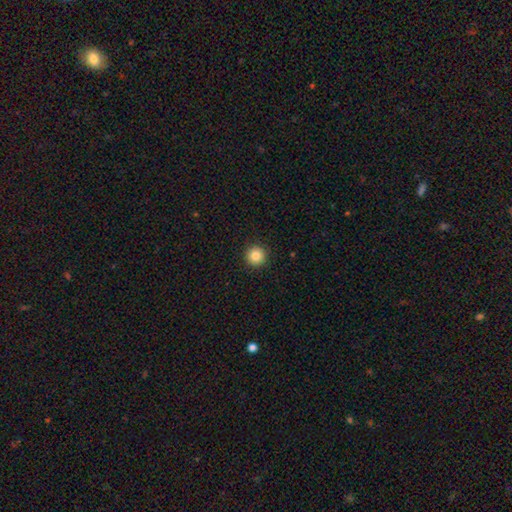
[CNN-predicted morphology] The model was most divided on "smooth or featured": smooth: 85%, star or artifact: 10%, featured or disk: 5%. More confident: how rounded — round (96%); merging — none (93%).